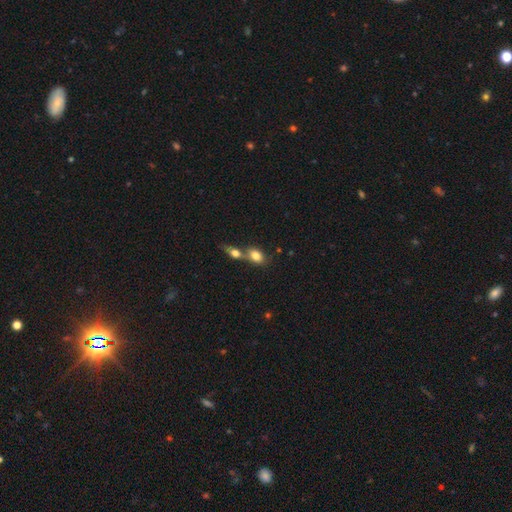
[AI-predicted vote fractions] smooth_or_featured: smooth (p=0.78) [alt: featured or disk p=0.13]
how_rounded: in between (p=0.77) [alt: round p=0.19]
merging: merger (p=0.58) [alt: none p=0.31]